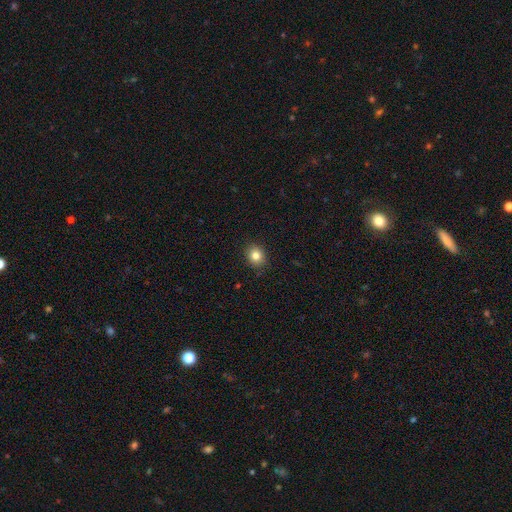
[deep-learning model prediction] Overall: smooth (83%). How rounded: round (66%; in between 33%). Merging: none (90%).